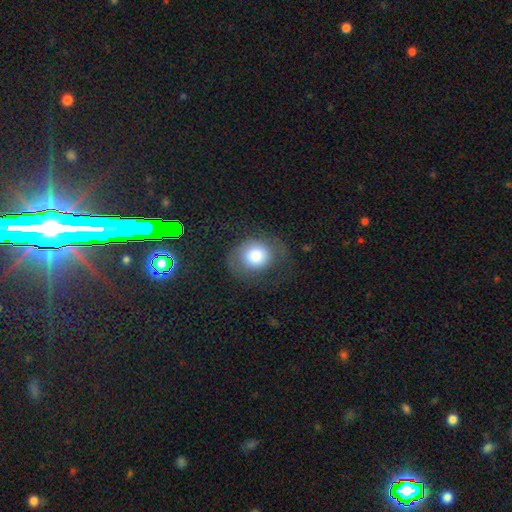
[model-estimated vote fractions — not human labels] This appears to be a smooth galaxy with no disk features (67%) that is round (69%). Merging: none (56%).